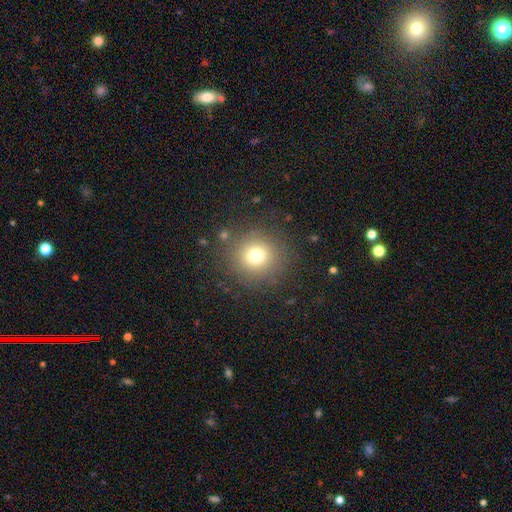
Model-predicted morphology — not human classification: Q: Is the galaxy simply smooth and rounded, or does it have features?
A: smooth — 73%.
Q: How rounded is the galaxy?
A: round — 93%.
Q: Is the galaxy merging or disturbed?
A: none — 85%.